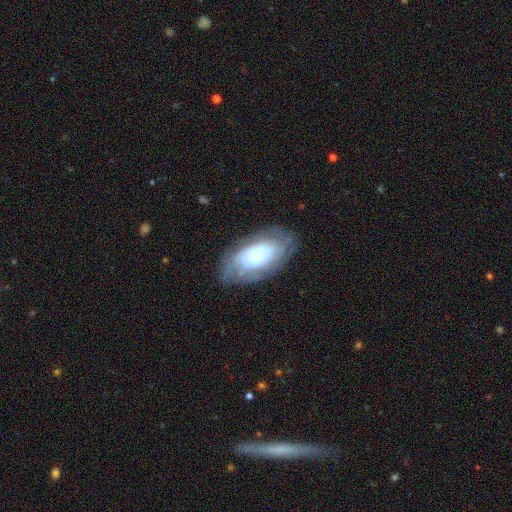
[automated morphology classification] smooth_or_featured: featured or disk (p=0.62) [alt: smooth p=0.31]
disk_edge_on: no (p=0.92) [alt: yes p=0.08]
bar: no (p=0.76) [alt: weak p=0.20]
has_spiral_arms: yes (p=0.75) [alt: no p=0.25]
bulge_size: moderate (p=0.45) [alt: small p=0.33]
merging: none (p=0.73) [alt: minor disturbance p=0.19]